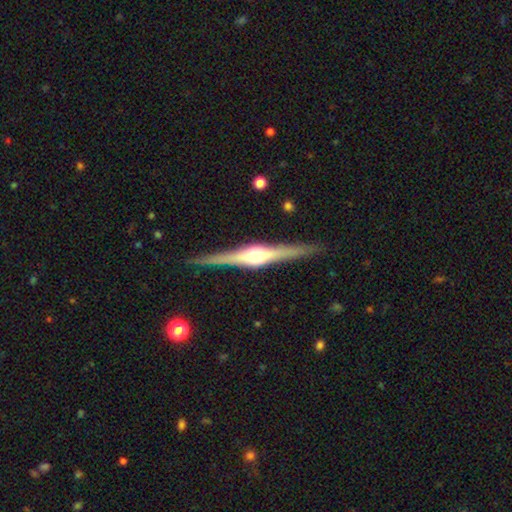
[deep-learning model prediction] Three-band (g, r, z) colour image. It shows a featured or disk galaxy (83%) viewed edge-on (98%) with a rounded central bulge (91%). Merging: none (88%).